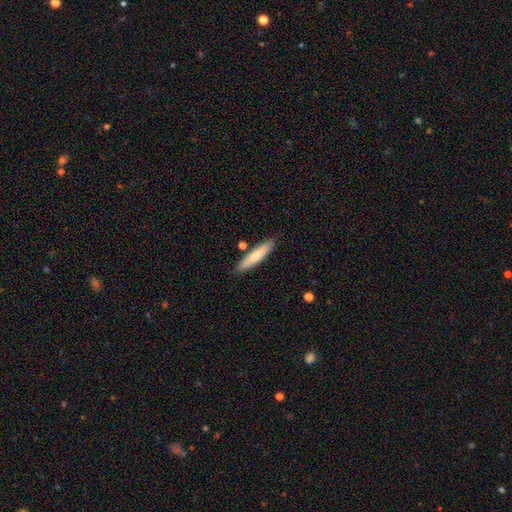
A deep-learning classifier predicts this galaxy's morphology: Overall: smooth (76%). How rounded: cigar-shaped (83%). Merging: none (84%).